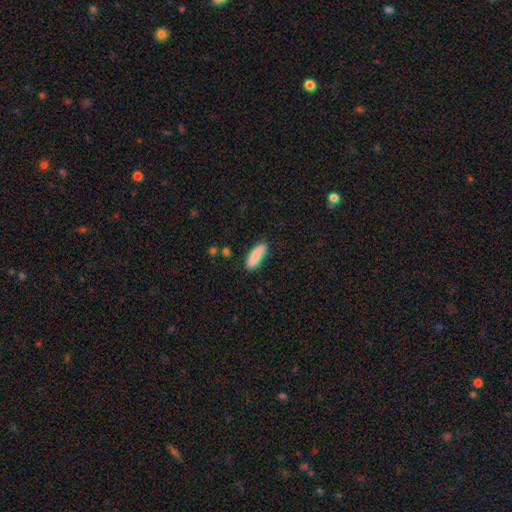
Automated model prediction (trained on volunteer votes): Q: Smooth or featured?
A: smooth (85%); runner-up: featured or disk (9%)
Q: How rounded?
A: in between (56%); runner-up: cigar-shaped (42%)
Q: Merging?
A: none (83%); runner-up: minor disturbance (13%)